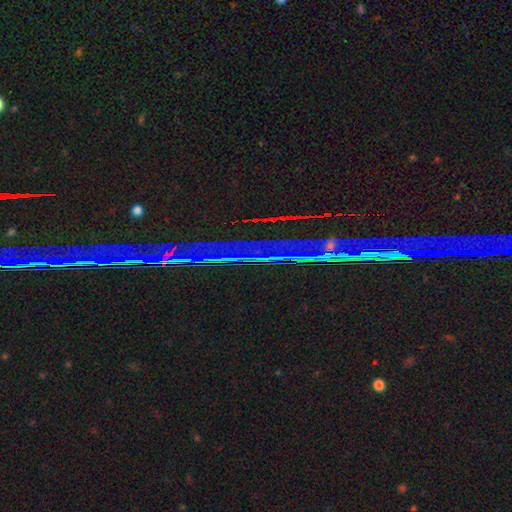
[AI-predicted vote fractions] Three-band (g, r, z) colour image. It shows a star or artifact, not a galaxy (89%).